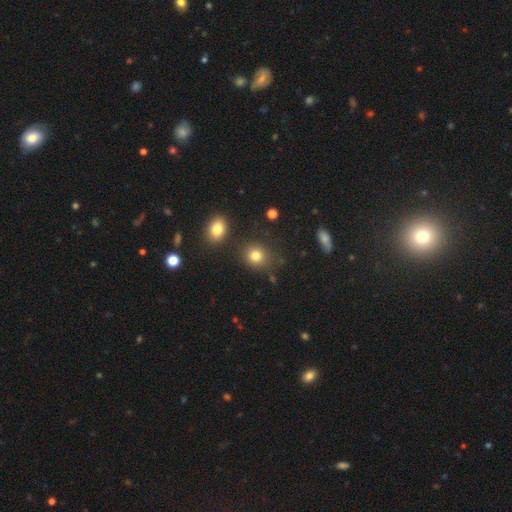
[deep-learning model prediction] Overall: smooth (81%). How rounded: round (76%). Merging: none (79%).